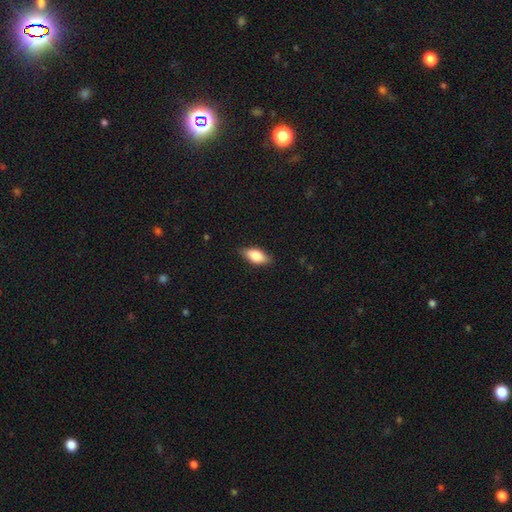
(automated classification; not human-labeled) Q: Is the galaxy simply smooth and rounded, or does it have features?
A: smooth — 77%.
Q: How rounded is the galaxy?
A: in between — 85%.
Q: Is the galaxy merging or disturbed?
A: none — 84%.